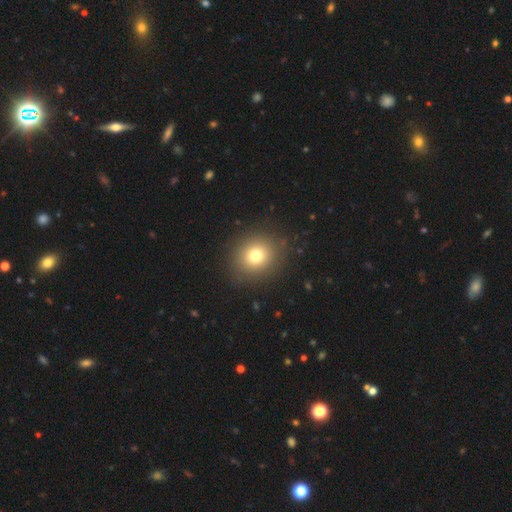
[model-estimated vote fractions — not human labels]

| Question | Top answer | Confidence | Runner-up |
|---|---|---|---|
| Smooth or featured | smooth | 76% | star or artifact (14%) |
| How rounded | round | 80% | in between (19%) |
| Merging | none | 88% | minor disturbance (7%) |